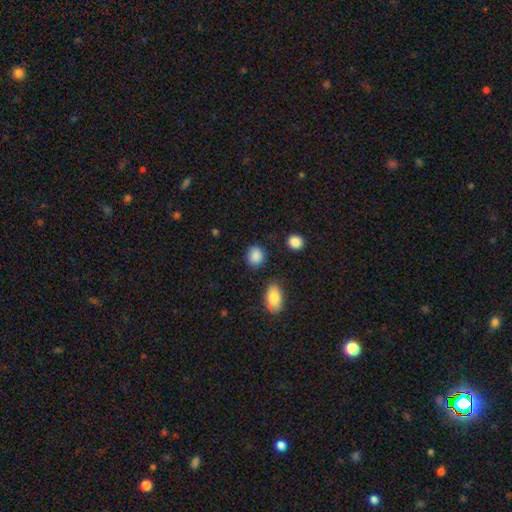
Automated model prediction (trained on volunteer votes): Smooth or featured? smooth (88%)
How rounded? round (75%)
Merging? none (82%)